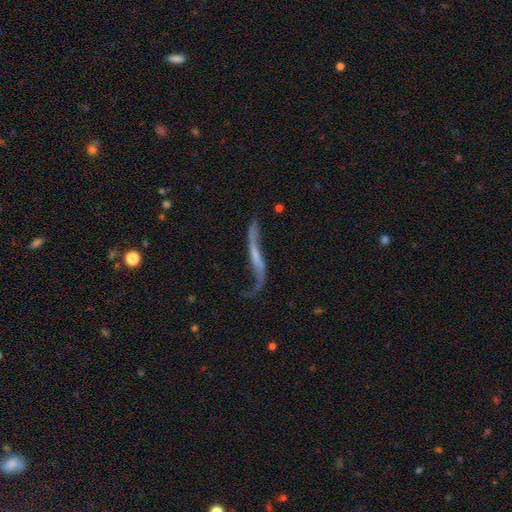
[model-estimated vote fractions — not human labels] Smooth or featured? featured or disk (80%)
Edge-on disk? no (70%)
Bar? no (36%)
Spiral arms? yes (87%)
Bulge size? none (48%)
Merging? none (52%)